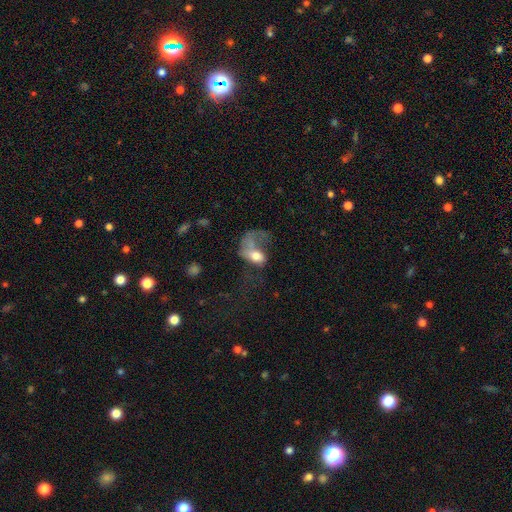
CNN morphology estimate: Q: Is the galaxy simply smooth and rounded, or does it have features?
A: smooth — 53%.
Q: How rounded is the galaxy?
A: in between — 81%.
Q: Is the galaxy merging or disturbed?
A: major disturbance — 62%.